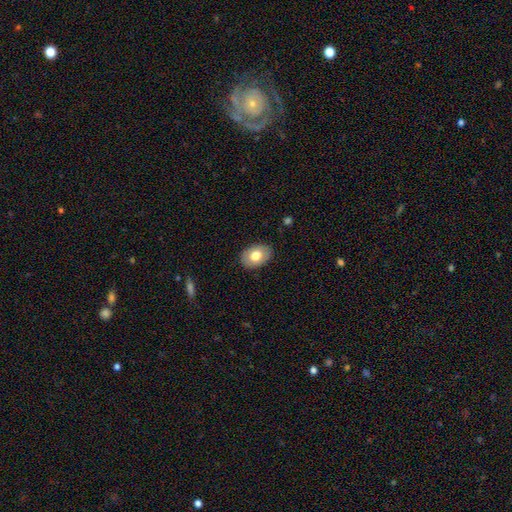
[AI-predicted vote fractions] A smooth galaxy with no disk features (73%) that is in between round and cigar-shaped (80%). Merging: none (87%).